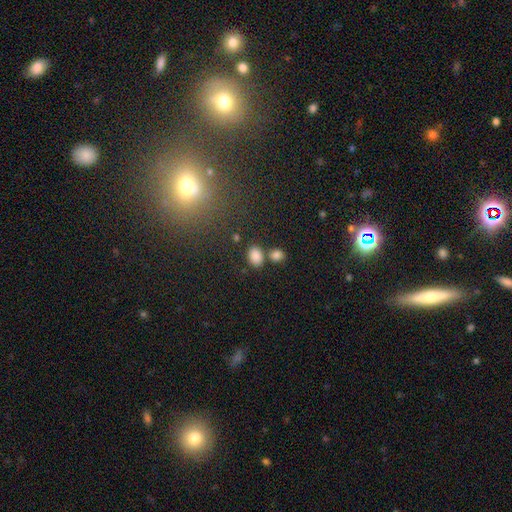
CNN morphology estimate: smooth_or_featured: smooth (p=0.86) [alt: star or artifact p=0.10]
how_rounded: in between (p=0.70) [alt: round p=0.29]
merging: none (p=0.64) [alt: merger p=0.21]